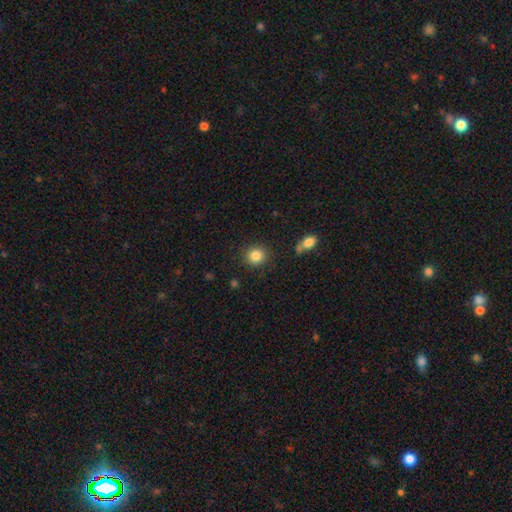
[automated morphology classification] Q: Smooth or featured?
A: smooth (84%); runner-up: star or artifact (10%)
Q: How rounded?
A: round (86%); runner-up: in between (13%)
Q: Merging?
A: none (87%); runner-up: minor disturbance (8%)